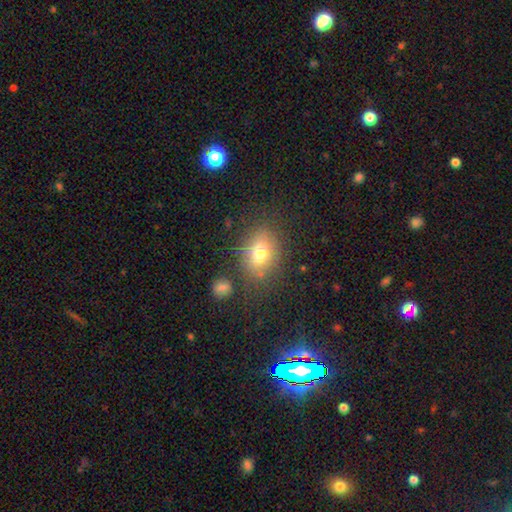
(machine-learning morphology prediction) This appears to be a smooth galaxy with no disk features (68%) that is in between round and cigar-shaped (63%). Merging: none (78%).